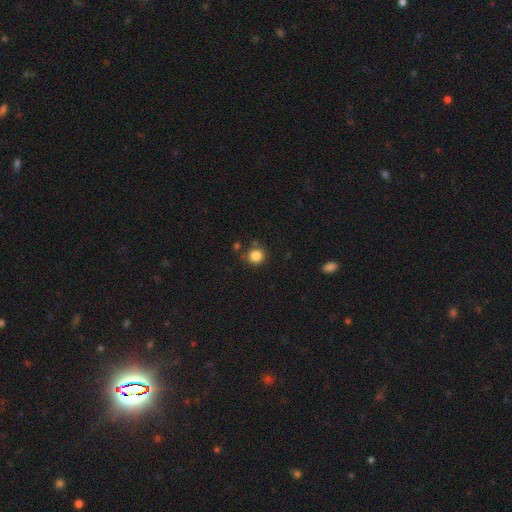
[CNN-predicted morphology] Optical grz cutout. It shows a smooth galaxy with no disk features (85%) that is round (89%). Merging: none (78%).